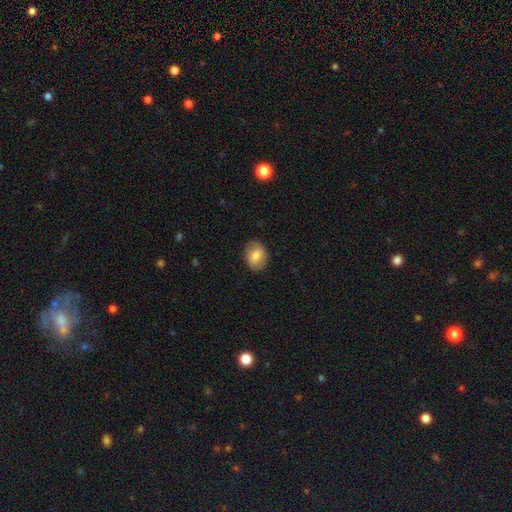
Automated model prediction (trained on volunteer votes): This is likely a smooth galaxy (73%). How rounded: likely in between (67%). Merging: clearly none (83%).